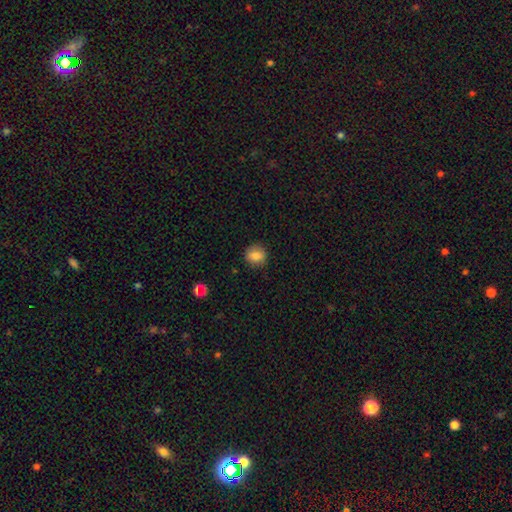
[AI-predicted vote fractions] This appears to be a smooth galaxy with no disk features (83%) that is round (81%). Merging: none (88%).